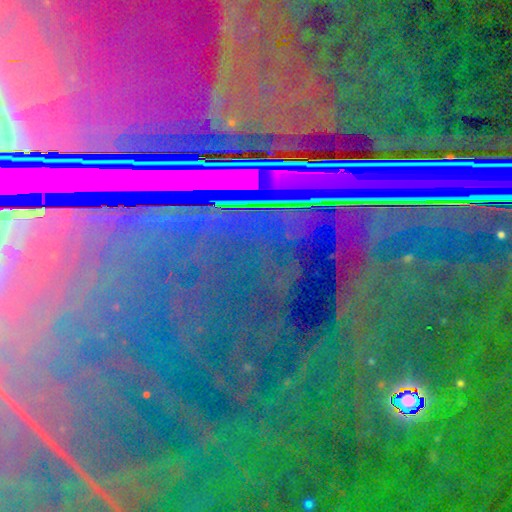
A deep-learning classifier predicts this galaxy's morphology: Smooth or featured? Predicted: star or artifact (p=0.89).